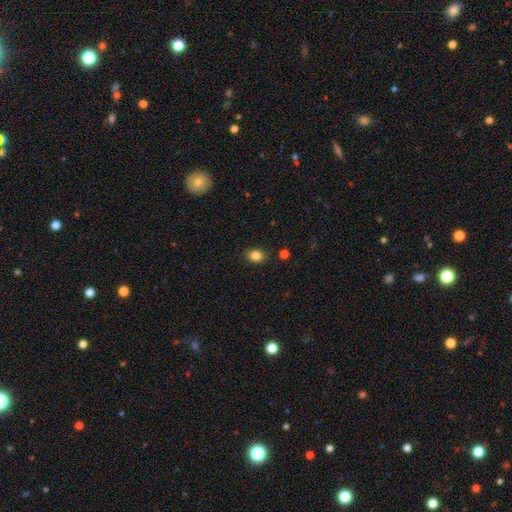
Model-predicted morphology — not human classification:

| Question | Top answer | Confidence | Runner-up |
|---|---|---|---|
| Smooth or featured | smooth | 84% | star or artifact (11%) |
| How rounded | in between | 58% | round (41%) |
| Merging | none | 87% | minor disturbance (9%) |